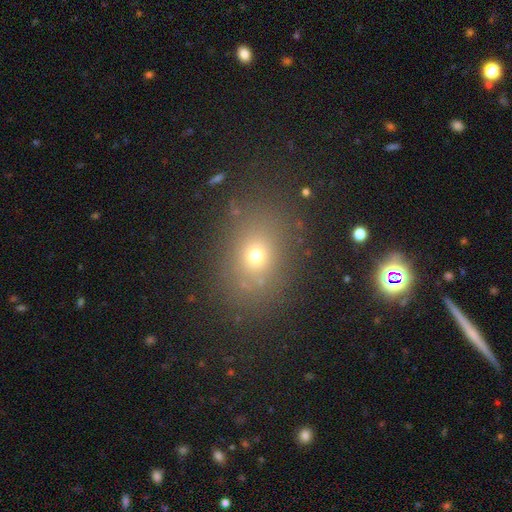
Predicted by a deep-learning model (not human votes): smooth-or-featured: smooth: 67% | star or artifact: 20% | featured or disk: 13%
  how-rounded: in between: 57% | round: 42% | cigar-shaped: 2%
  merging: none: 80% | minor disturbance: 12% | major disturbance: 6% | merger: 3%